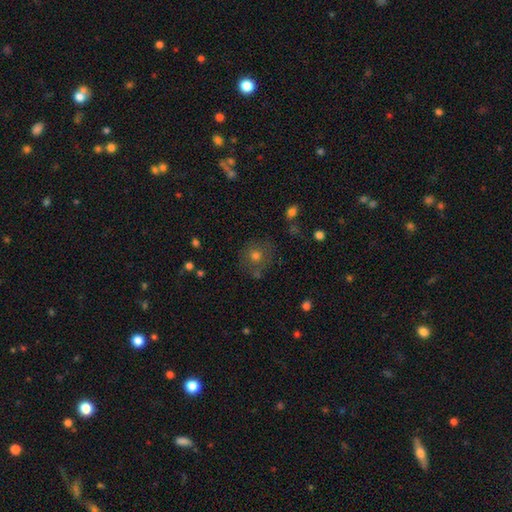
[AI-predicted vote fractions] smooth-or-featured: smooth: 67% | featured or disk: 18% | star or artifact: 15%
  how-rounded: round: 88% | in between: 11% | cigar-shaped: 1%
  merging: none: 75% | minor disturbance: 14% | major disturbance: 6% | merger: 4%